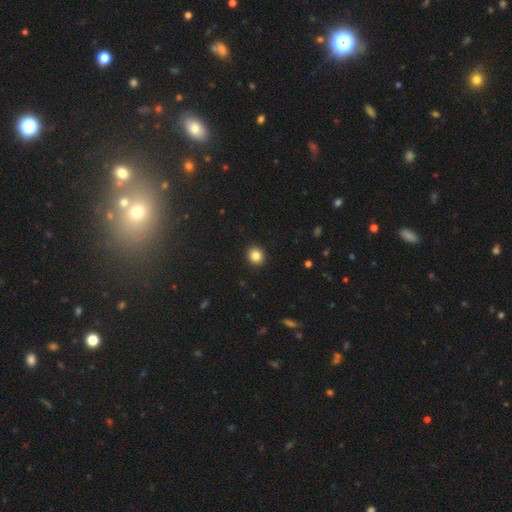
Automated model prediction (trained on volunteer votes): Smooth or featured?
  - smooth: 84% *
  - star or artifact: 10%
  - featured or disk: 5%
How rounded?
  - round: 80% *
  - in between: 19%
  - cigar-shaped: 1%
Merging?
  - none: 92% *
  - minor disturbance: 5%
  - major disturbance: 2%
  - merger: 1%